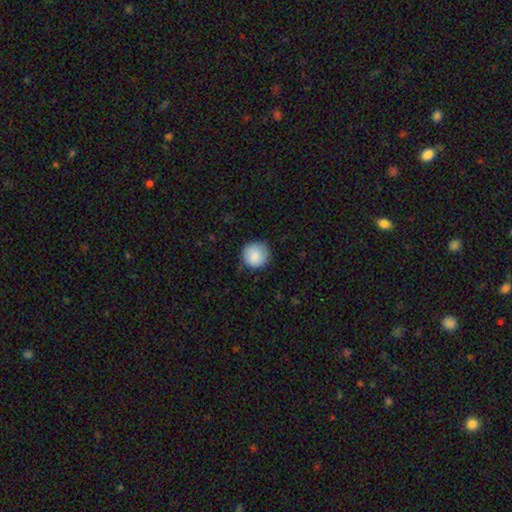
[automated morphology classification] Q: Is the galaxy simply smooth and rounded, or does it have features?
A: smooth — 88%.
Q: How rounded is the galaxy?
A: round — 95%.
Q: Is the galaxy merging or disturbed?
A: none — 81%.